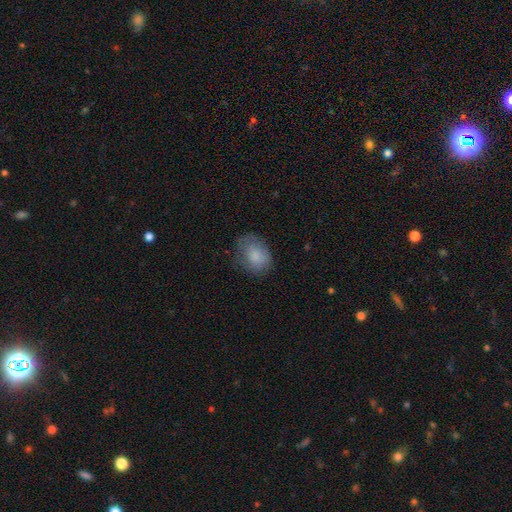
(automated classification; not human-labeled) Smooth or featured? Predicted: smooth (p=0.79). How rounded? Predicted: in between (p=0.67). Merging? Predicted: none (p=0.61).